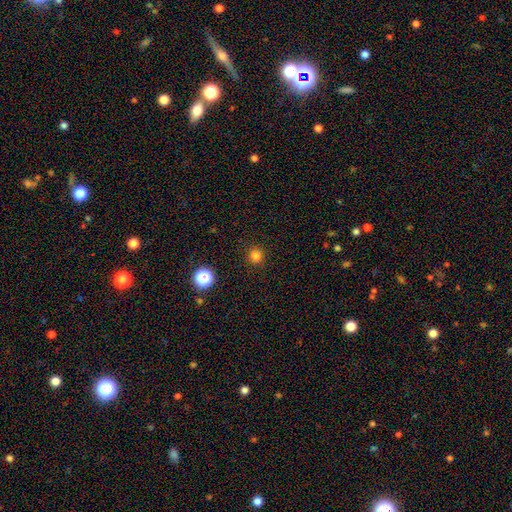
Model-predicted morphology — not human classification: This is clearly a smooth galaxy (81%). How rounded: clearly round (93%). Merging: clearly none (92%).